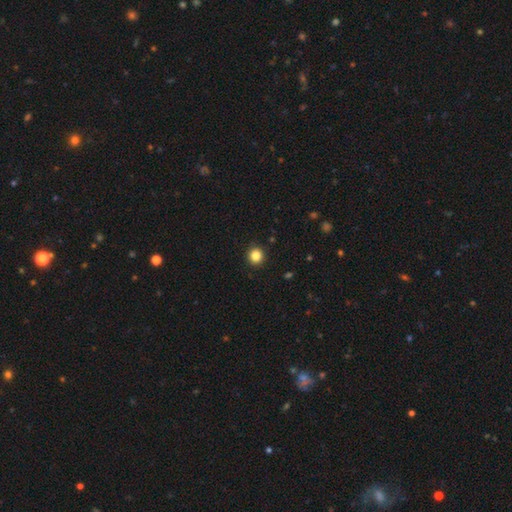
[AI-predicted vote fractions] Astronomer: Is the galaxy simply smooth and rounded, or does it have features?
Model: smooth — 85%.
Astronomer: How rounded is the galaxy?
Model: round — 94%.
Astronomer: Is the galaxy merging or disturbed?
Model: none — 93%.